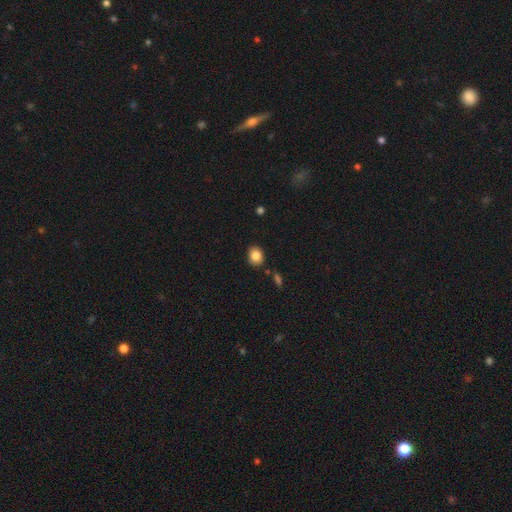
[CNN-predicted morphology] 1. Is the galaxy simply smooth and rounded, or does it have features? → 85% smooth, 9% star or artifact, 6% featured or disk.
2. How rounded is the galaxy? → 58% round, 41% in between, 1% cigar-shaped.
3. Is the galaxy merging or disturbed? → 84% none, 10% minor disturbance, 3% merger, 2% major disturbance.